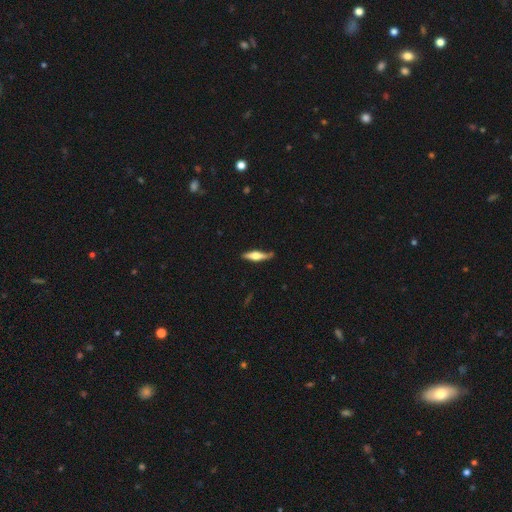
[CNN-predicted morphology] Overall: featured or disk (56%; smooth 39%). Edge-on disk: yes (93%). Edge-on bulge: rounded (87%). Merging: none (77%).